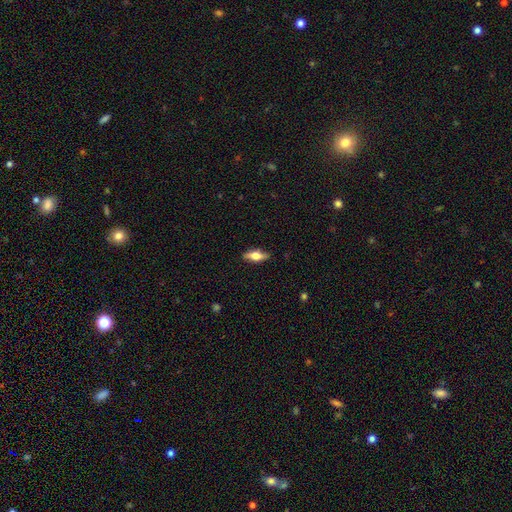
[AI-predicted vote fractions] The model was most divided on "smooth or featured": smooth: 49%, featured or disk: 44%, star or artifact: 7%. More confident: merging — none (86%).